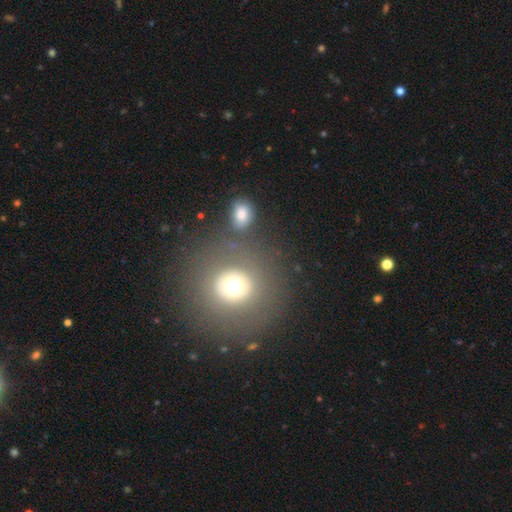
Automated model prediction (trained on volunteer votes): Q: Smooth or featured?
A: smooth (61%); runner-up: star or artifact (26%)
Q: How rounded?
A: round (92%); runner-up: in between (7%)
Q: Merging?
A: none (81%); runner-up: merger (8%)